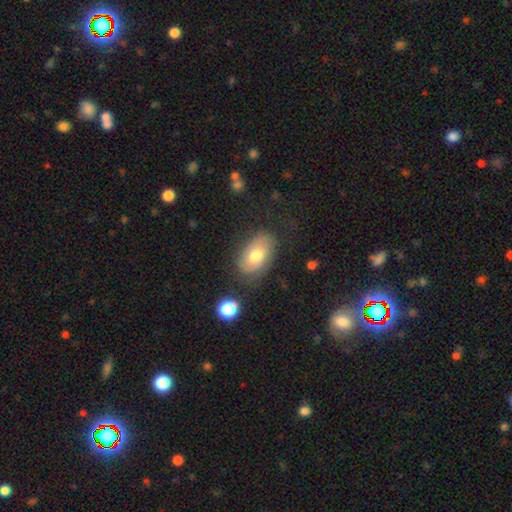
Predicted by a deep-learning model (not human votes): Overall: smooth (60%; featured or disk 31%). How rounded: in between (89%). Merging: none (73%).